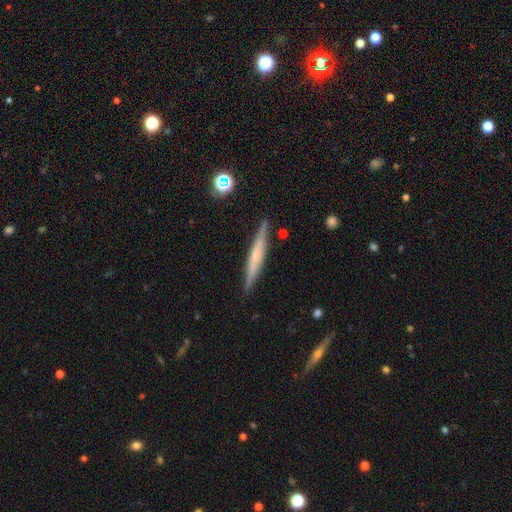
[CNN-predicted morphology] Overall: featured or disk (54%; smooth 40%). Edge-on disk: yes (96%). Edge-on bulge: none (46%; rounded 43%). Merging: none (89%).